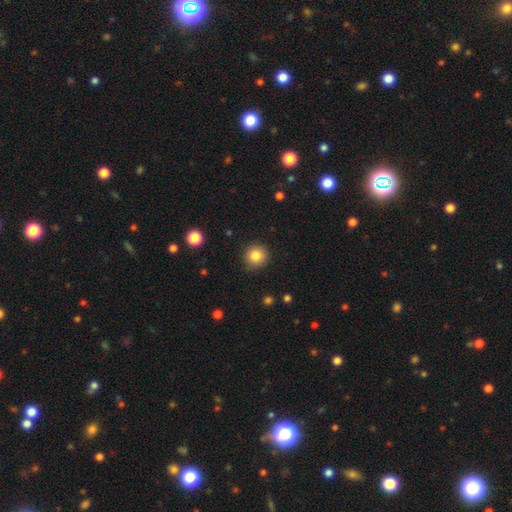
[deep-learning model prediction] This appears to be a smooth galaxy with no disk features (84%) that is round (94%). Merging: none (90%).